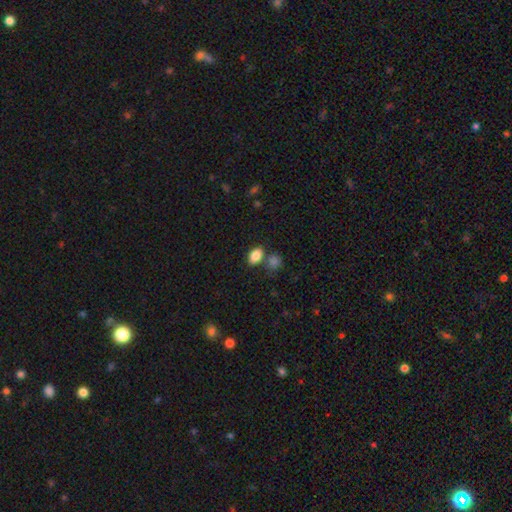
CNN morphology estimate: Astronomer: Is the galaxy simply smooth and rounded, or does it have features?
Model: smooth — 86%.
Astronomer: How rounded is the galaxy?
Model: in between — 86%.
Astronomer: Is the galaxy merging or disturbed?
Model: none — 65%.